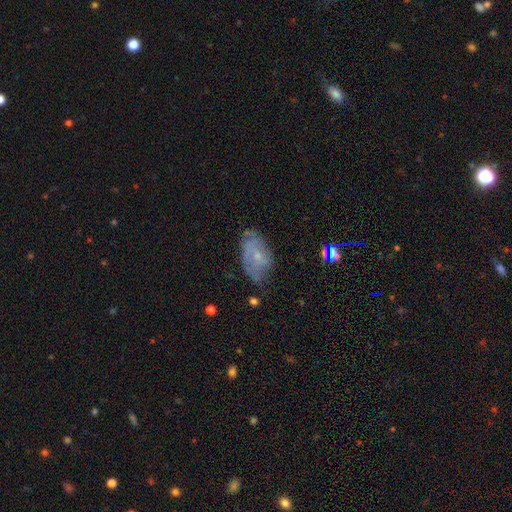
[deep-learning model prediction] Q: Smooth or featured?
A: featured or disk (55%); runner-up: smooth (35%)
Q: Edge-on disk?
A: no (94%); runner-up: yes (6%)
Q: Bar?
A: no (70%); runner-up: weak (25%)
Q: Spiral arms?
A: yes (65%); runner-up: no (35%)
Q: Bulge size?
A: small (73%); runner-up: moderate (20%)
Q: Merging?
A: none (54%); runner-up: minor disturbance (31%)